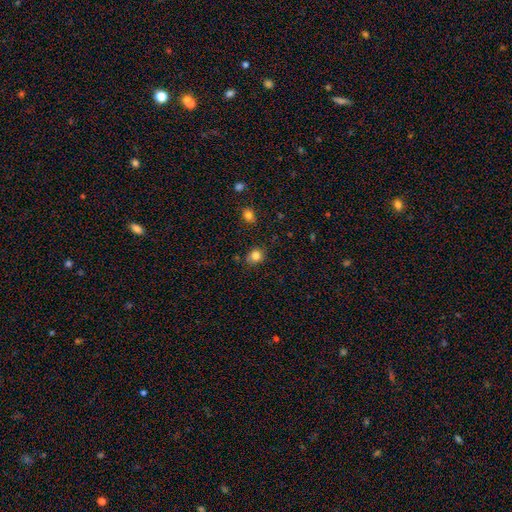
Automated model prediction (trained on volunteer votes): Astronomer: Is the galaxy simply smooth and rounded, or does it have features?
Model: smooth — 82%.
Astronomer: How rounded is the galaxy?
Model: round — 71%.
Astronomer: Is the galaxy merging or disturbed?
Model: none — 80%.